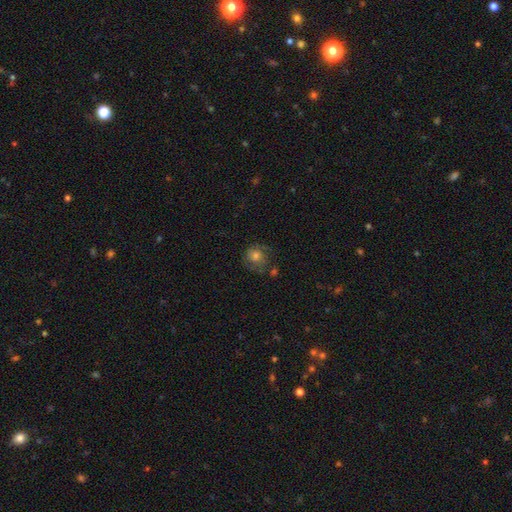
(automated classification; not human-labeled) Q: Smooth or featured?
A: smooth (49%); runner-up: featured or disk (40%)
Q: Merging?
A: none (62%); runner-up: minor disturbance (21%)